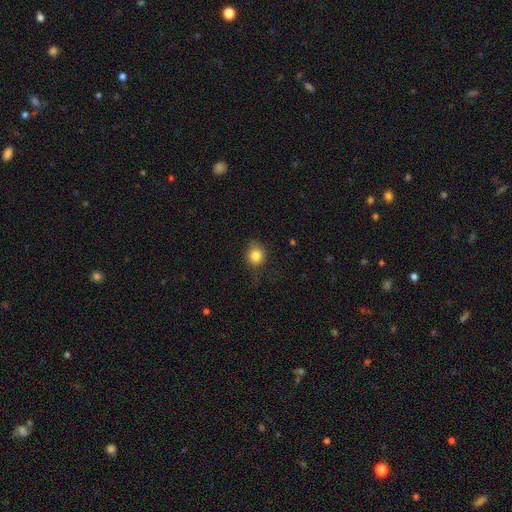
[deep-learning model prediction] smooth_or_featured: smooth (p=0.82) [alt: star or artifact p=0.11]
how_rounded: round (p=0.71) [alt: in between p=0.28]
merging: none (p=0.69) [alt: minor disturbance p=0.23]